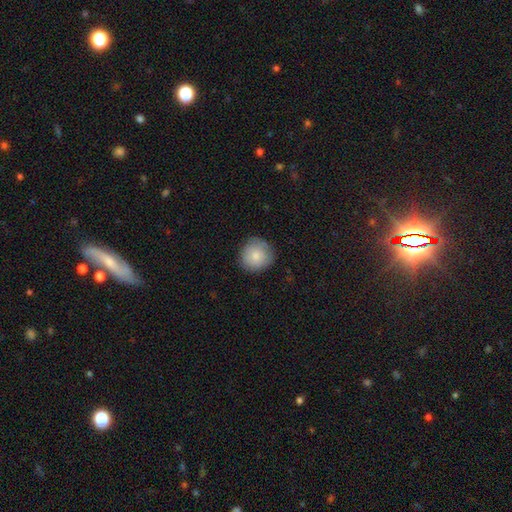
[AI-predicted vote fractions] smooth 84%, featured or disk 9%, star or artifact 7%. Down the decision tree: how rounded — round (92%); merging — none (84%).